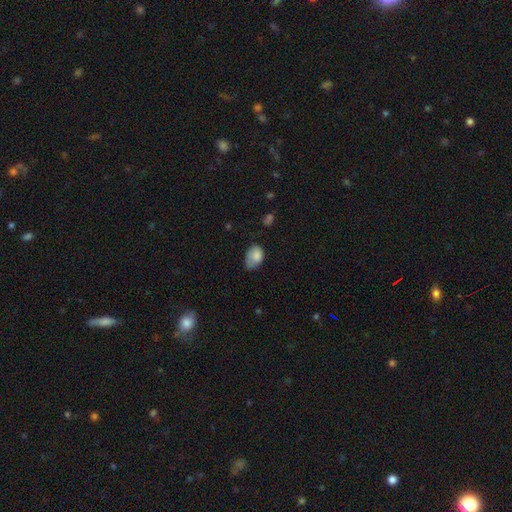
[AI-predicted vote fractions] smooth_or_featured: smooth (p=0.81) [alt: featured or disk p=0.11]
how_rounded: in between (p=0.83) [alt: round p=0.15]
merging: minor disturbance (p=0.43) [alt: none p=0.38]